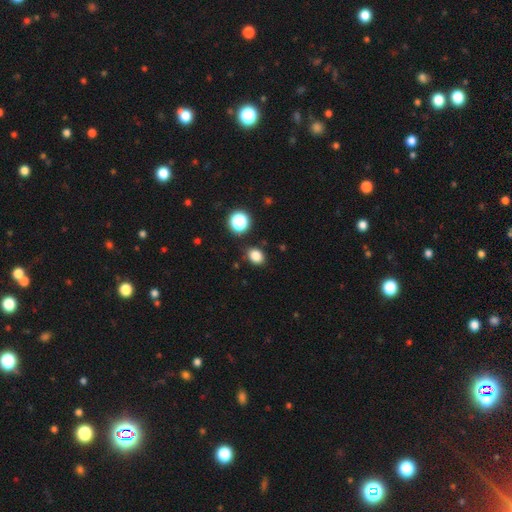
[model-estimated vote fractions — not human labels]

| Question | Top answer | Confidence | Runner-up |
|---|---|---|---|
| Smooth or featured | smooth | 83% | star or artifact (13%) |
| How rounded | in between | 59% | round (40%) |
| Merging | none | 85% | minor disturbance (10%) |